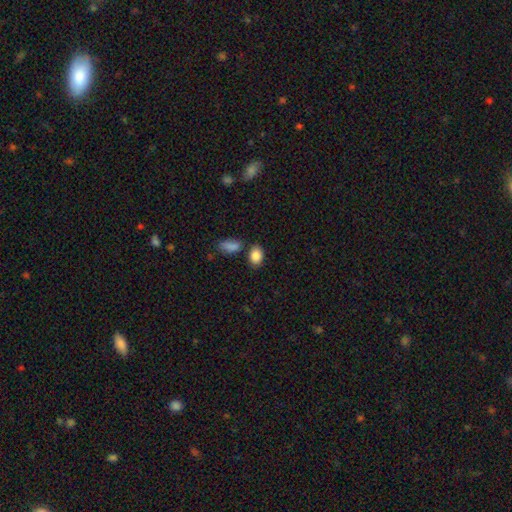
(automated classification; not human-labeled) Smooth or featured: smooth — 86% (star or artifact — 8%)
How rounded: in between — 79% (round — 19%)
Merging: none — 72% (minor disturbance — 13%)